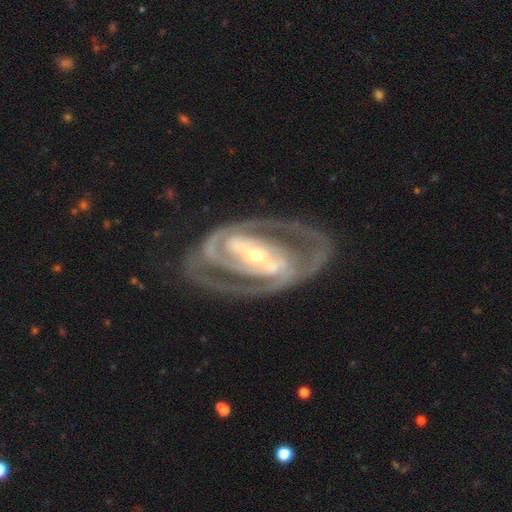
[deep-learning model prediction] A featured or disk galaxy (91%) with a strong bar (61%), 2 (82%) tight (51%) spiral arms (96%) and a small central bulge (56%).

Vote fractions:
- Smooth or featured? featured or disk: 91% / smooth: 4% / star or artifact: 4%
- Edge-on disk? no: 96% / yes: 4%
- Bar? strong: 61% / weak: 23% / no: 16%
- Spiral arms? yes: 96% / no: 4%
- Spiral winding? tight: 51% / medium: 41% / loose: 8%
- Spiral arm count? 2: 82% / 3: 6% / can't tell: 5% / 1: 2% / 4: 2% / more than 4: 2%
- Bulge size? small: 56% / moderate: 38% / large: 4% / none: 1% / dominant: 1%
- Merging? none: 72% / minor disturbance: 15% / major disturbance: 11% / merger: 2%